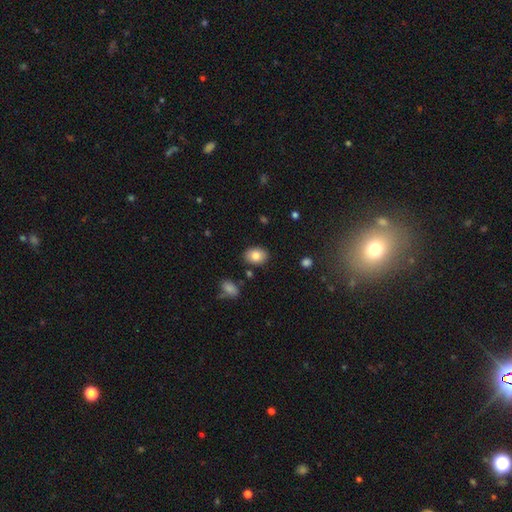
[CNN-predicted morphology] Smooth or featured? smooth (81%)
How rounded? in between (68%)
Merging? none (86%)